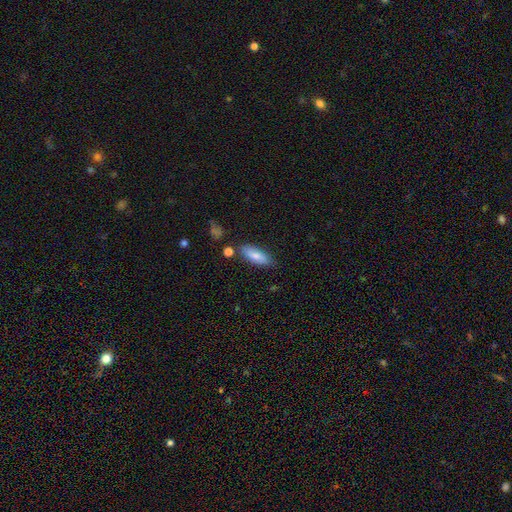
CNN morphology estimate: Smooth or featured? smooth (78%)
How rounded? in between (66%)
Merging? none (78%)